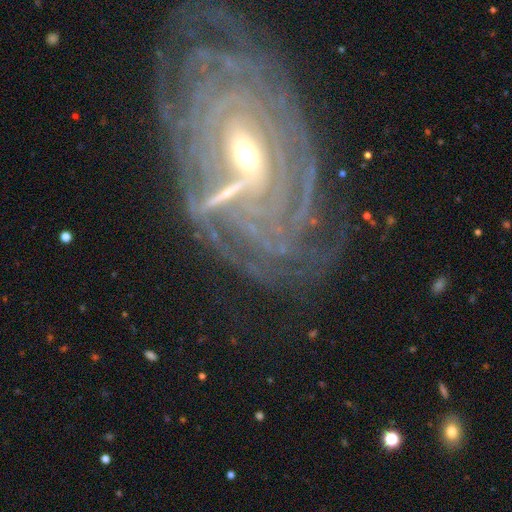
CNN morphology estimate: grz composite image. It shows a featured or disk galaxy (85%) with a strong bar (37%, tied with weak), more than 4 (29%, tied with can't tell) tight (82%) spiral arms (94%) and a moderate central bulge (50%). Merging: none (71%).